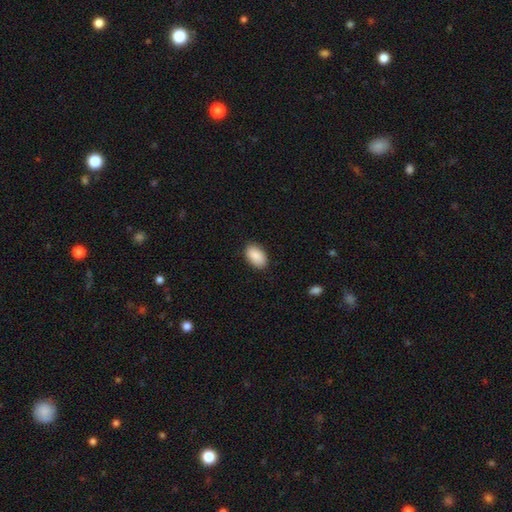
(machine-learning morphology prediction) smooth-or-featured: smooth: 89% | star or artifact: 6% | featured or disk: 5%
  how-rounded: in between: 94% | round: 5% | cigar-shaped: 1%
  merging: none: 88% | minor disturbance: 9% | major disturbance: 2% | merger: 1%